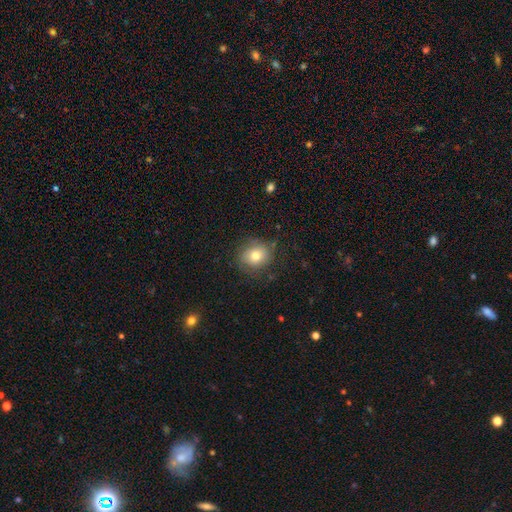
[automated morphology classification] A smooth galaxy with no disk features (73%) that is round (72%).

Vote fractions:
- Smooth or featured? smooth: 73% / featured or disk: 17% / star or artifact: 11%
- How rounded? round: 72% / in between: 27% / cigar-shaped: 1%
- Merging? none: 76% / minor disturbance: 17% / major disturbance: 6% / merger: 1%